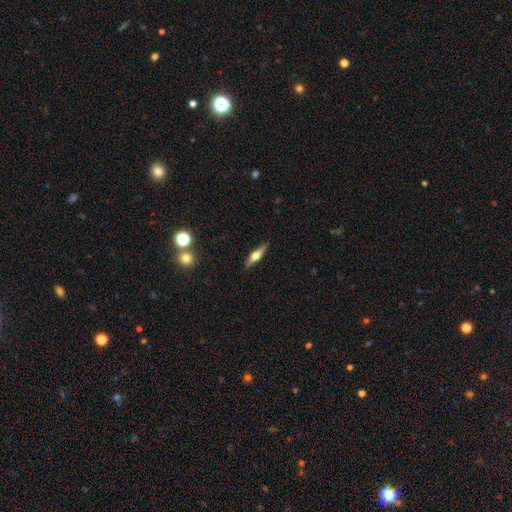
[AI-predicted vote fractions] A featured or disk galaxy (57%) viewed edge-on (95%) with a rounded central bulge (89%). Merging: none (87%).